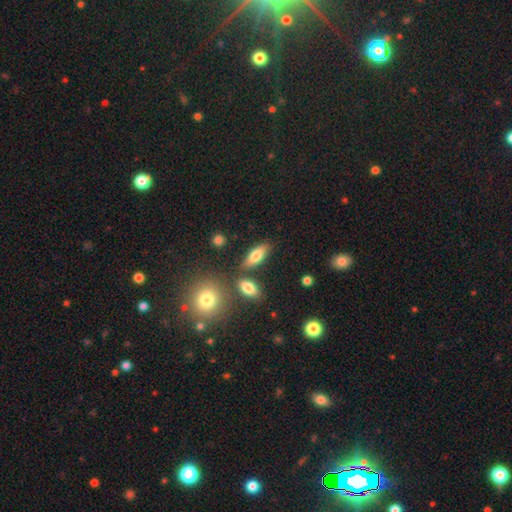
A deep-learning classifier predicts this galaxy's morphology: A smooth galaxy with no disk features (70%) that is in between round and cigar-shaped (68%). Merging: none (77%).